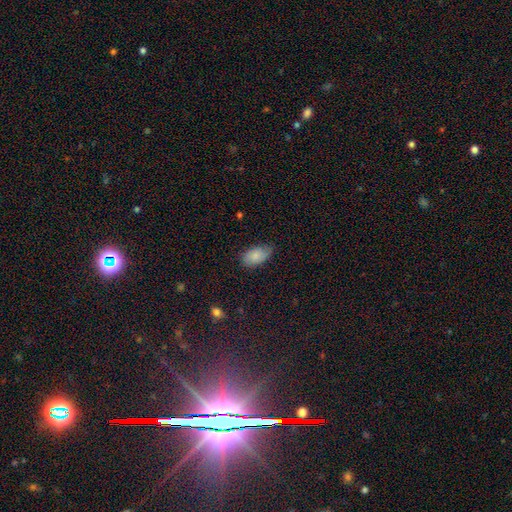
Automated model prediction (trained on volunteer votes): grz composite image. It shows a smooth galaxy with no disk features (82%) that is in between round and cigar-shaped (94%). Merging: none (64%).